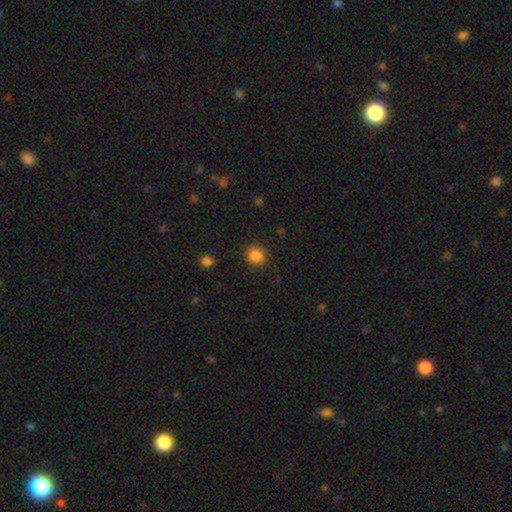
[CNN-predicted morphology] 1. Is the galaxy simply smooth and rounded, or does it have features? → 85% smooth, 11% star or artifact, 3% featured or disk.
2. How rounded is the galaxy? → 86% round, 13% in between, 1% cigar-shaped.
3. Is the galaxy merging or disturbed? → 88% none, 8% minor disturbance, 3% major disturbance, 1% merger.